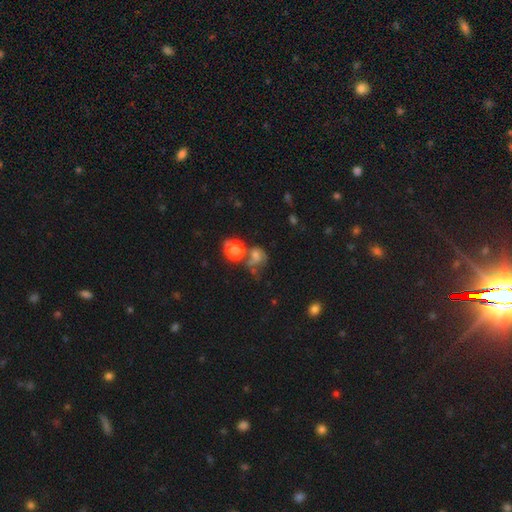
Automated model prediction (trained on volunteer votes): This appears to be a smooth galaxy with no disk features (52%) that is round (66%). Merging: none (34%).